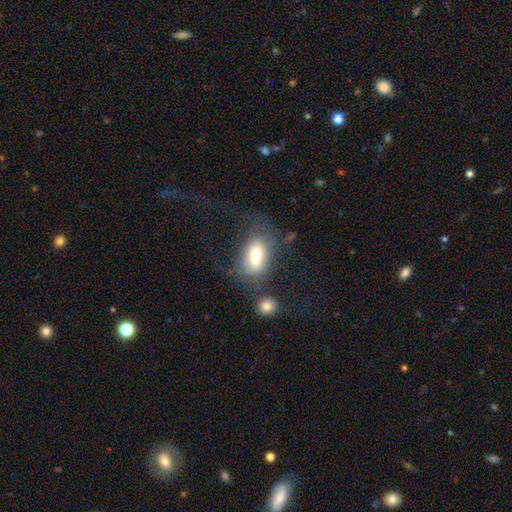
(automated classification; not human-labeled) The model was most divided on "merging": none: 54%, minor disturbance: 20%, major disturbance: 16%, merger: 10%. More confident: how rounded — in between (87%); smooth or featured — smooth (73%).